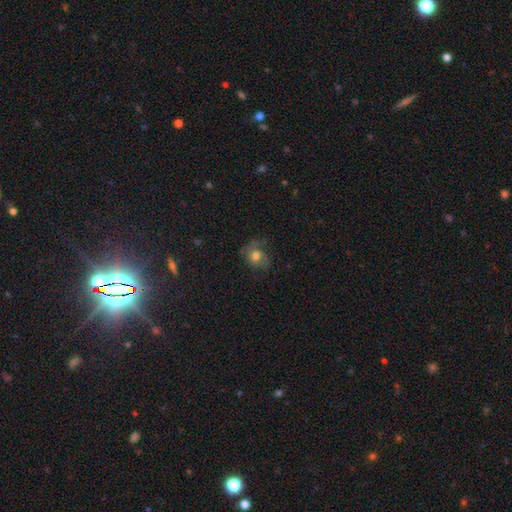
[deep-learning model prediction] smooth-or-featured: smooth: 59% | featured or disk: 29% | star or artifact: 11%
  how-rounded: round: 62% | in between: 37% | cigar-shaped: 1%
  merging: none: 49% | minor disturbance: 27% | major disturbance: 22% | merger: 2%